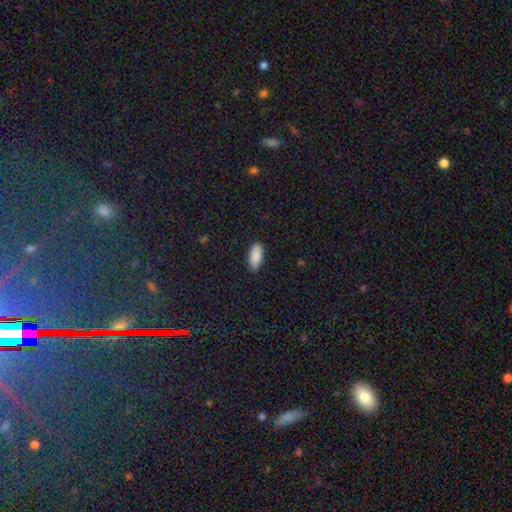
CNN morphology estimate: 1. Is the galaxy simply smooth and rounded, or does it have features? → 89% smooth, 6% star or artifact, 4% featured or disk.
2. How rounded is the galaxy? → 90% in between, 8% cigar-shaped, 2% round.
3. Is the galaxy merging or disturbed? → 88% none, 9% minor disturbance, 2% major disturbance, 1% merger.